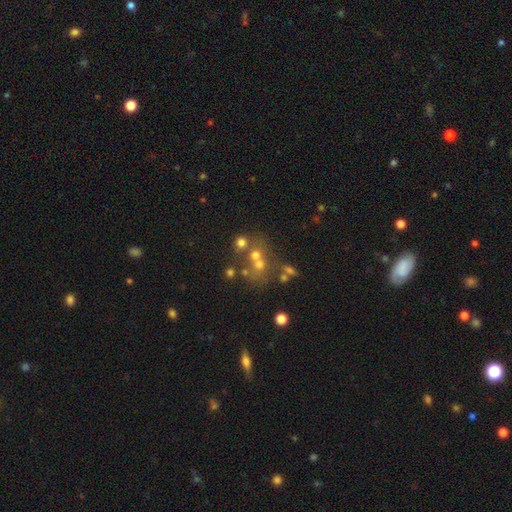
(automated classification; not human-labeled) A smooth galaxy with no disk features (46%). Merging: merger (44%).